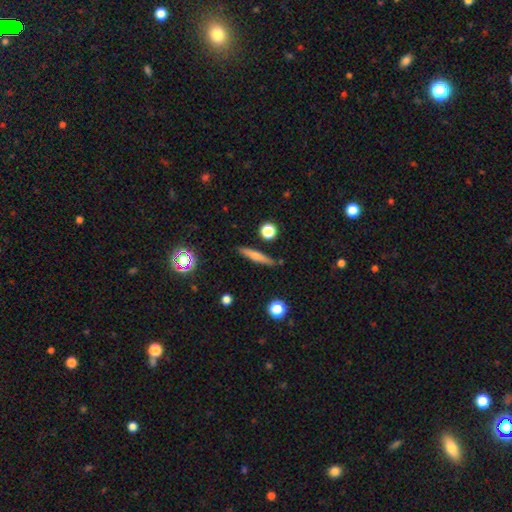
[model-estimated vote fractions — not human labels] Q: Smooth or featured?
A: smooth (58%); runner-up: featured or disk (34%)
Q: How rounded?
A: cigar-shaped (89%); runner-up: in between (8%)
Q: Merging?
A: none (85%); runner-up: minor disturbance (10%)